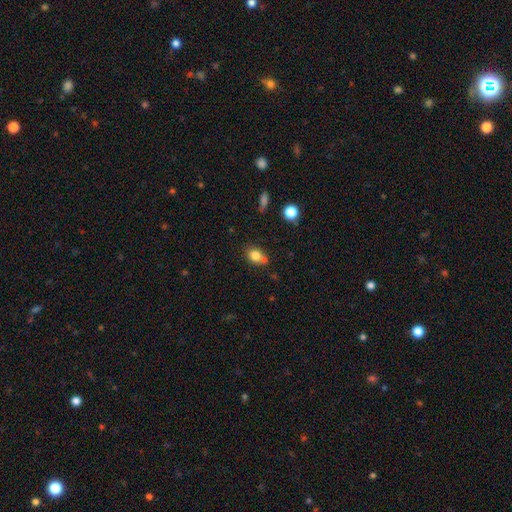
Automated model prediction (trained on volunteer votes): This is likely a smooth galaxy (80%). How rounded: possibly round (59%). Merging: possibly none (57%).